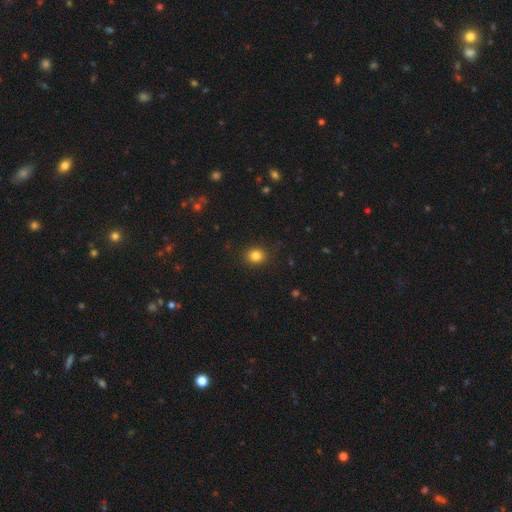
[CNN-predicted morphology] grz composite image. It shows a smooth galaxy with no disk features (83%) that is round (73%). Merging: none (88%).